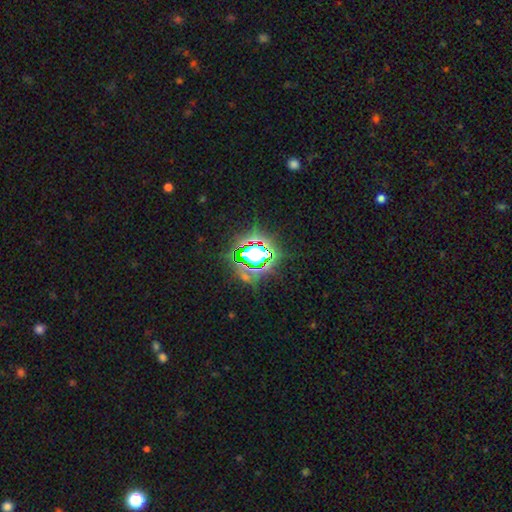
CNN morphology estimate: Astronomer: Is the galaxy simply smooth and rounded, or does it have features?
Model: star or artifact — 82%.